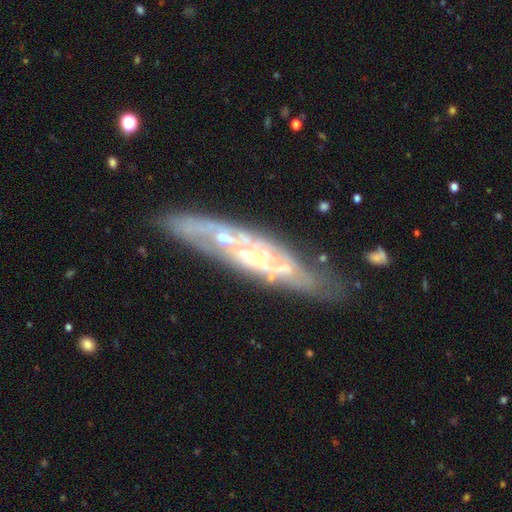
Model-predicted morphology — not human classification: The model was most divided on "edge-on disk": no: 62%, yes: 38%. More confident: smooth or featured — featured or disk (76%); merging — none (67%).